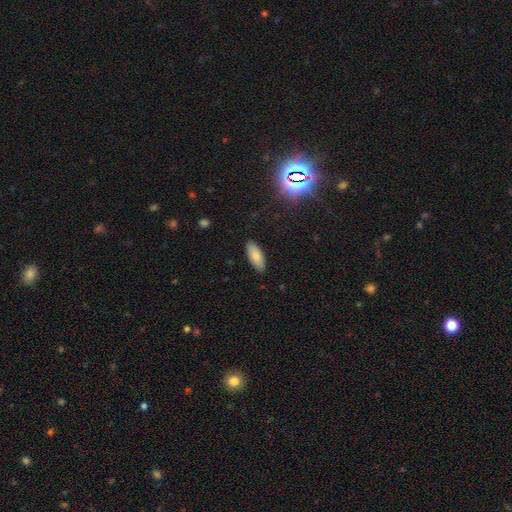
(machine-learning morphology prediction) Q: Smooth or featured?
A: smooth (82%); runner-up: featured or disk (10%)
Q: How rounded?
A: in between (77%); runner-up: cigar-shaped (21%)
Q: Merging?
A: none (89%); runner-up: minor disturbance (9%)